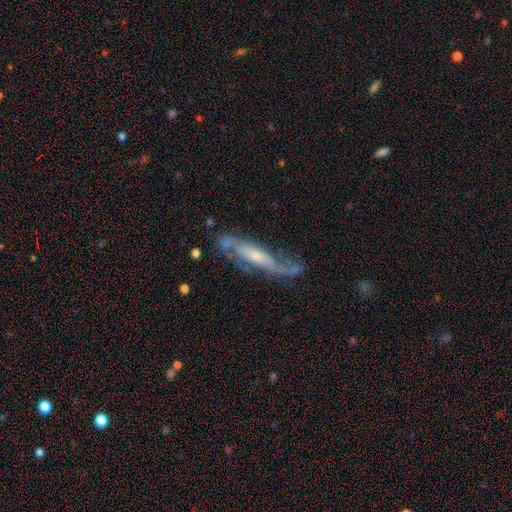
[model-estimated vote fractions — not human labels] Morphology: type=featured or disk (76%); edge-on=no (68%); bar=no (49%); spiral arms=yes (88%); bulge=small (47%); merging=none (57%).